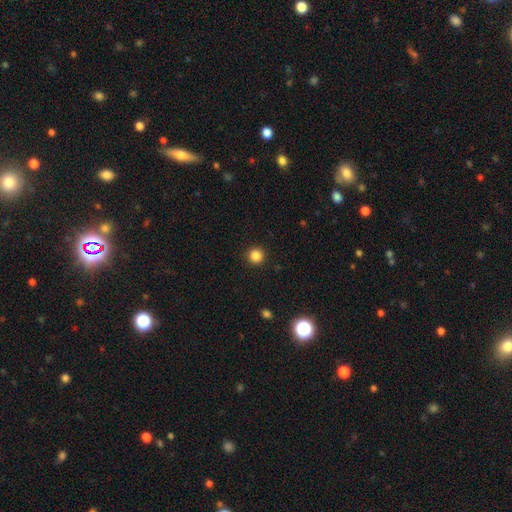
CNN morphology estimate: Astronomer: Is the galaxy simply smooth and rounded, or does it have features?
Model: smooth — 84%.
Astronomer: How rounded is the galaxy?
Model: round — 95%.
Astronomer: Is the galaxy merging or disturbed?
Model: none — 92%.